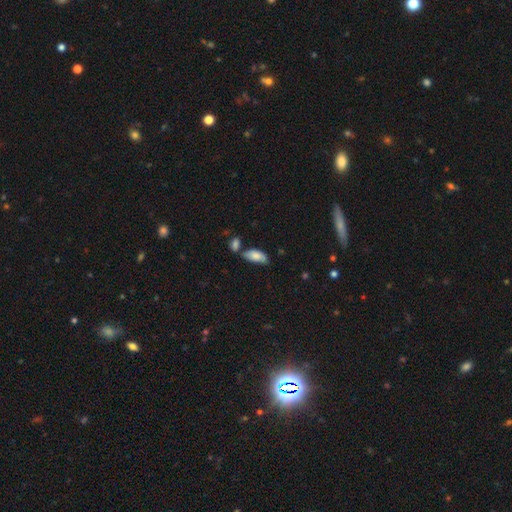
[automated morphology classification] Smooth or featured? Predicted: smooth (p=0.79). How rounded? Predicted: in between (p=0.87). Merging? Predicted: none (p=0.57).